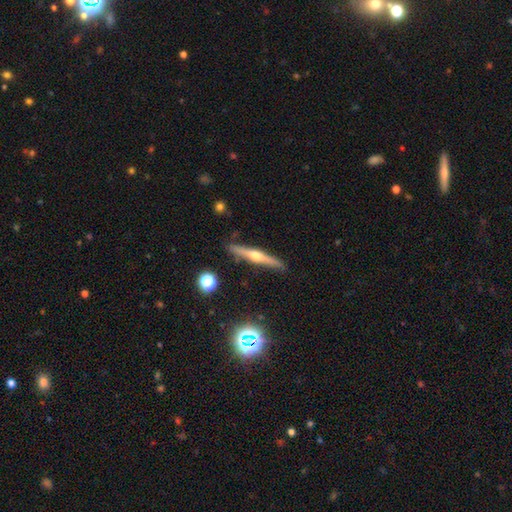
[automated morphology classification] The model was most divided on "smooth or featured": featured or disk: 70%, smooth: 23%, star or artifact: 6%. More confident: edge-on disk — yes (98%); edge-on bulge — rounded (92%); merging — none (90%).